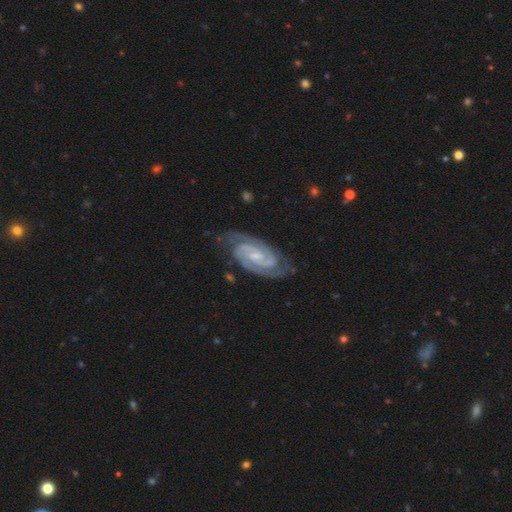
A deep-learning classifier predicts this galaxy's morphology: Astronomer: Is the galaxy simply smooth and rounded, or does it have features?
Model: featured or disk — 93%.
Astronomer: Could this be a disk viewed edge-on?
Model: no — 97%.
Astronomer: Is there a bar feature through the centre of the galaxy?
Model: weak — 46% (runner-up: no, 37%).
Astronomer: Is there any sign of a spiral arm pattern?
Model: yes — 99%.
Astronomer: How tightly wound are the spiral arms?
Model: tight — 67%.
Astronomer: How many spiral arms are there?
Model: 2 — 88%.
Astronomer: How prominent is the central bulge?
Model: small — 63%.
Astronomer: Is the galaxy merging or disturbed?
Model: none — 80%.